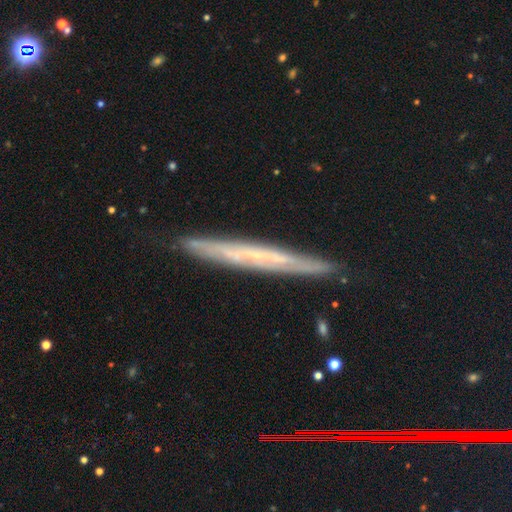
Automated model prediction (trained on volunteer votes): smooth_or_featured: featured or disk (p=0.65) [alt: smooth p=0.27]
disk_edge_on: yes (p=0.87) [alt: no p=0.13]
edge_on_bulge: none (p=0.80) [alt: rounded p=0.15]
merging: none (p=0.86) [alt: minor disturbance p=0.10]